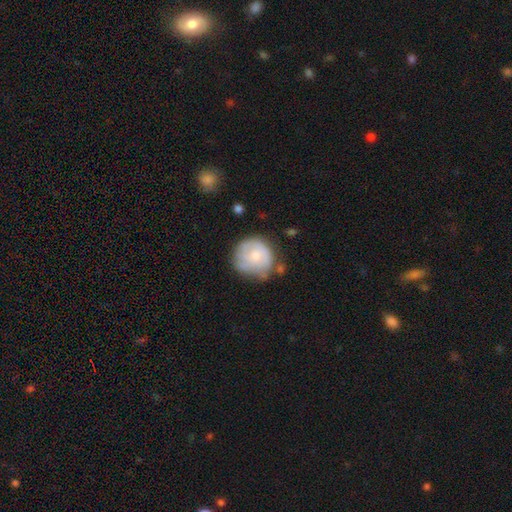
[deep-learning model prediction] Q: Smooth or featured?
A: smooth (61%); runner-up: featured or disk (32%)
Q: How rounded?
A: round (88%); runner-up: in between (12%)
Q: Merging?
A: none (55%); runner-up: minor disturbance (29%)